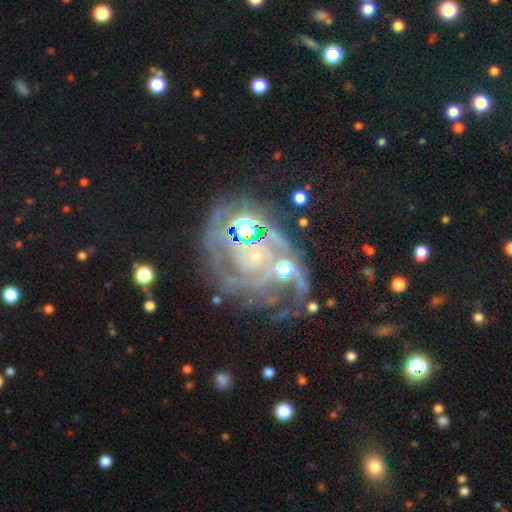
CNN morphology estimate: The model was most divided on "spiral arm count": can't tell: 36%, 2: 18%, 3: 18%, 4: 10%, more than 4: 9%, 1: 8%. Remaining: edge-on disk — no (97%); spiral arms — yes (84%); smooth or featured — featured or disk (73%); bar — no (71%); spiral winding — tight (63%); bulge size — small (50%); merging — none (50%).